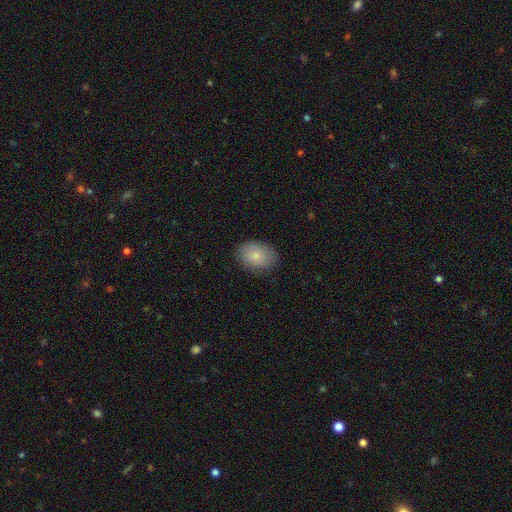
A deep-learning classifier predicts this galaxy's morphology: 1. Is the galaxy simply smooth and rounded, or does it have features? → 83% smooth, 10% featured or disk, 7% star or artifact.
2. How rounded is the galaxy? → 70% in between, 29% round, 1% cigar-shaped.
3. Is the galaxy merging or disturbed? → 83% none, 13% minor disturbance, 3% major disturbance, 1% merger.